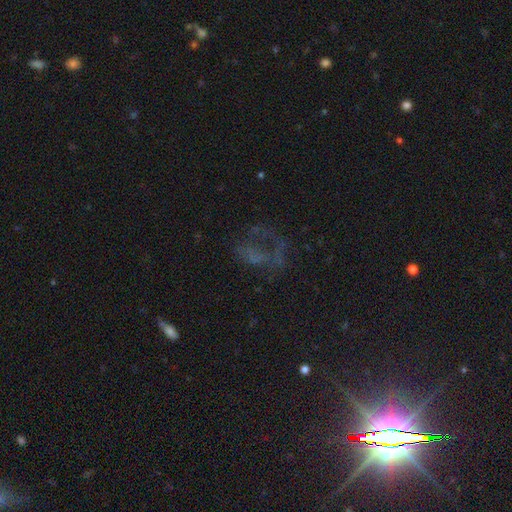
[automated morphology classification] Q: Smooth or featured?
A: featured or disk (44%); runner-up: star or artifact (33%)
Q: Merging?
A: major disturbance (42%); runner-up: none (39%)